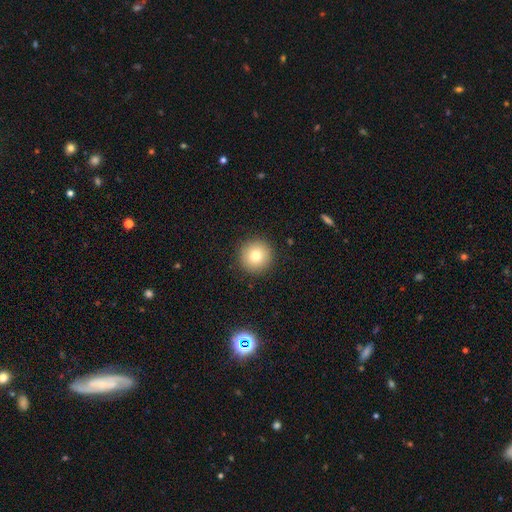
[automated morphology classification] Smooth or featured: smooth — 78% (featured or disk — 11%)
How rounded: round — 96% (in between — 3%)
Merging: none — 92% (minor disturbance — 5%)